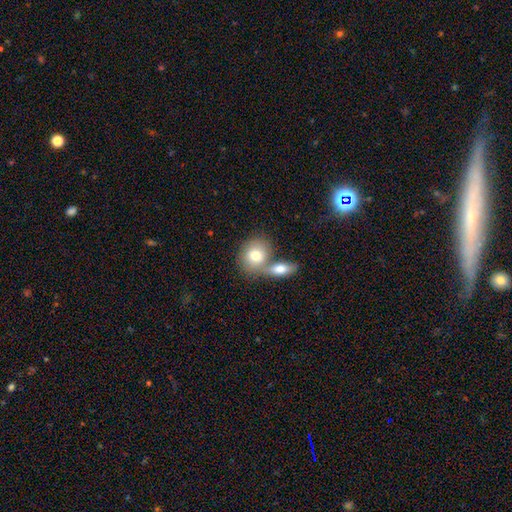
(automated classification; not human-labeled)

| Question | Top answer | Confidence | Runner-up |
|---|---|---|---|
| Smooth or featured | smooth | 74% | featured or disk (19%) |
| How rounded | round | 59% | in between (39%) |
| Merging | merger | 53% | none (36%) |